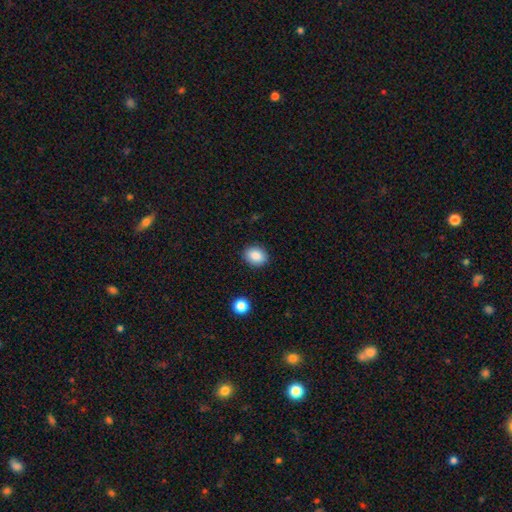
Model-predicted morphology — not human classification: Smooth or featured?
  - smooth: 87% *
  - star or artifact: 9%
  - featured or disk: 5%
How rounded?
  - round: 50% *
  - in between: 49%
  - cigar-shaped: 1%
Merging?
  - none: 88% *
  - minor disturbance: 8%
  - major disturbance: 2%
  - merger: 1%